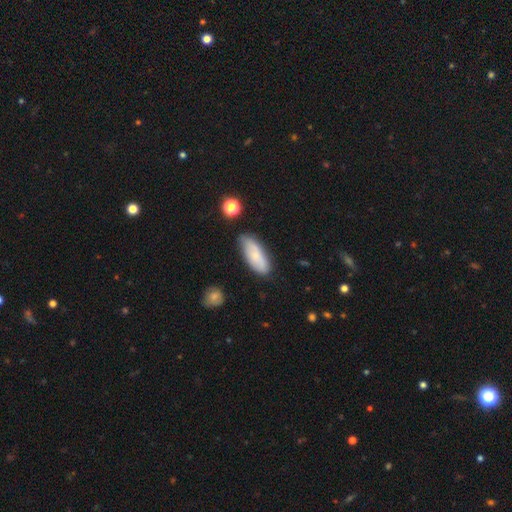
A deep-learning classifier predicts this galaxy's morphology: Q: Smooth or featured?
A: smooth (71%); runner-up: featured or disk (22%)
Q: How rounded?
A: in between (75%); runner-up: cigar-shaped (23%)
Q: Merging?
A: none (72%); runner-up: minor disturbance (21%)